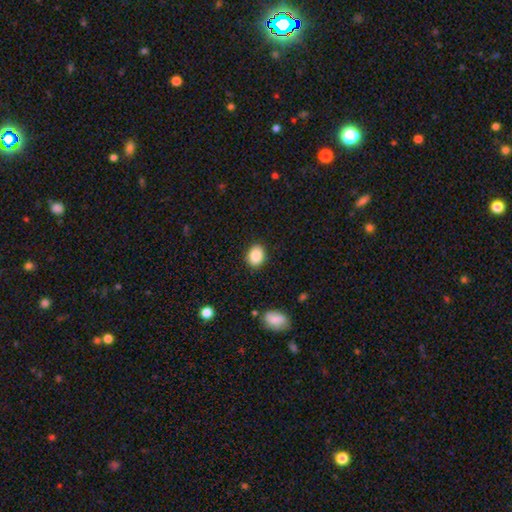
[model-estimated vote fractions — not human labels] Morphology: type=smooth (87%); roundness=in between (60%); merging=none (88%).